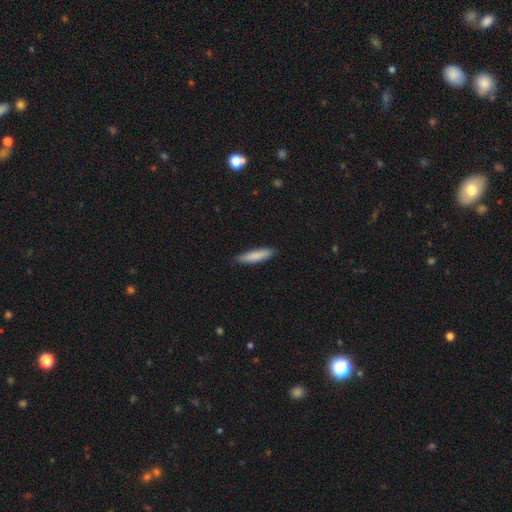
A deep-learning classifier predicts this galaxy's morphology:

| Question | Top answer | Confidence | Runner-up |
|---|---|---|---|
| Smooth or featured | smooth | 86% | featured or disk (9%) |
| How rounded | cigar-shaped | 78% | in between (21%) |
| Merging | none | 87% | minor disturbance (10%) |